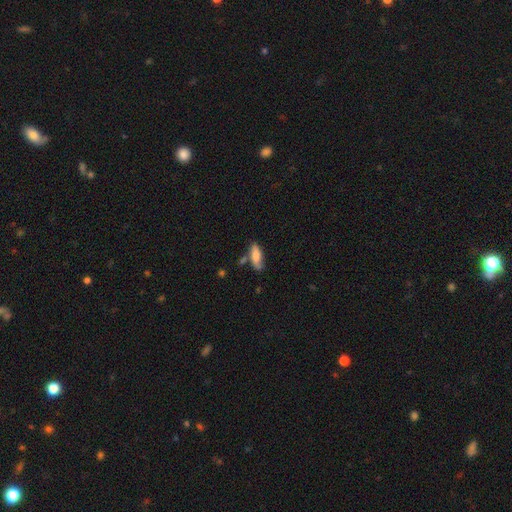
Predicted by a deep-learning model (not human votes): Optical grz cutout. It shows a smooth galaxy with no disk features (74%) that is in between round and cigar-shaped (69%). Merging: none (58%).